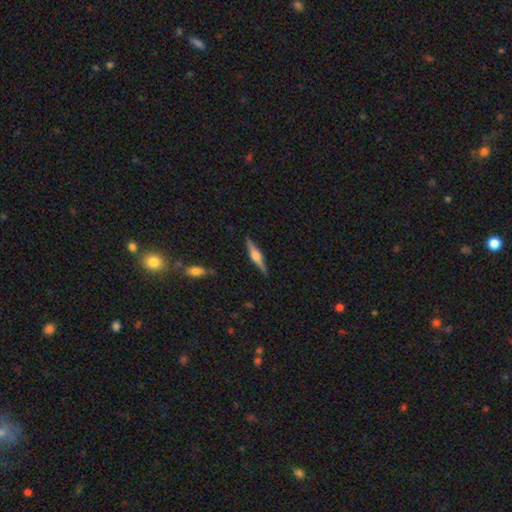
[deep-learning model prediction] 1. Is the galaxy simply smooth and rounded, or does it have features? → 73% featured or disk, 21% smooth, 6% star or artifact.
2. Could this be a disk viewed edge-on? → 98% yes, 2% no.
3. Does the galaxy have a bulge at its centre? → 85% rounded, 12% boxy, 3% none.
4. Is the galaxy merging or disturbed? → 89% none, 8% minor disturbance, 2% major disturbance, 2% merger.